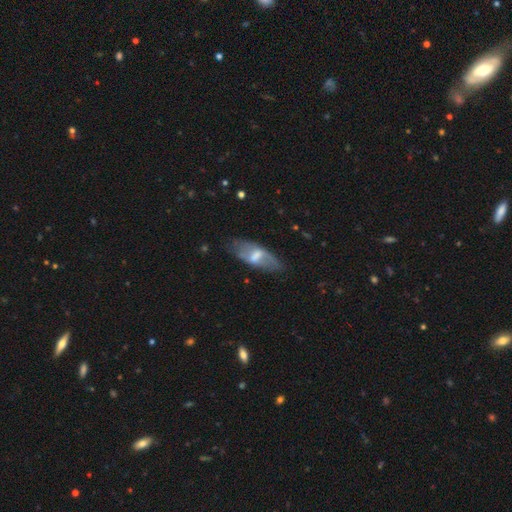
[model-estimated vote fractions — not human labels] Overall: featured or disk (54%; smooth 40%). Edge-on disk: no (78%). Merging: none (67%).